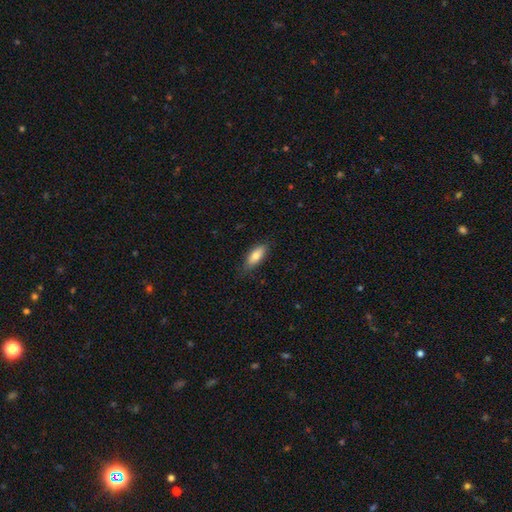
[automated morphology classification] This is likely a smooth galaxy (78%). How rounded: likely in between (73%). Merging: likely none (79%).